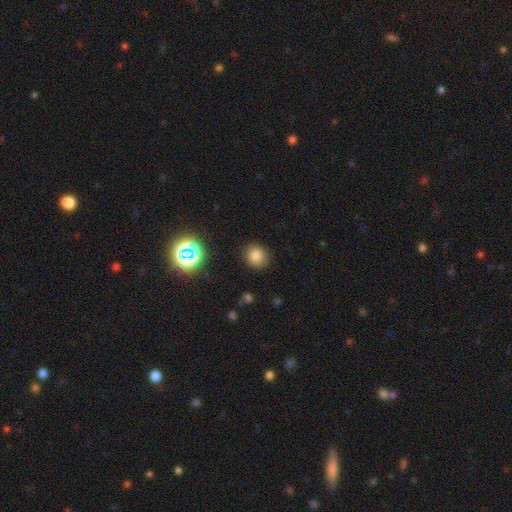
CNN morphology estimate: This is likely a smooth galaxy (79%). How rounded: clearly round (80%). Merging: clearly none (87%).